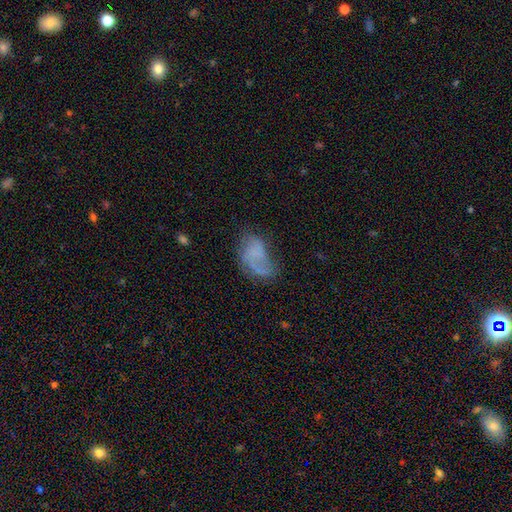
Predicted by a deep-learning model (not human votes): featured or disk 48%, smooth 40%, star or artifact 12%. Down the decision tree: merging — none (35%).